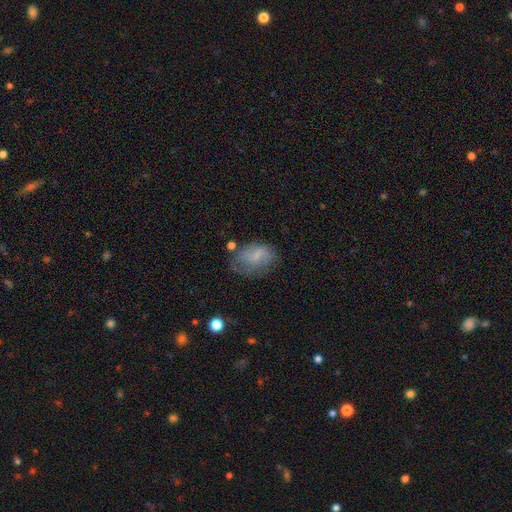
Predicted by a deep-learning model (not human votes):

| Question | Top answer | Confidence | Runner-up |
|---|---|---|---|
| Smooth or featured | smooth | 59% | featured or disk (31%) |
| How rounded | in between | 81% | round (17%) |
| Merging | none | 45% | minor disturbance (31%) |